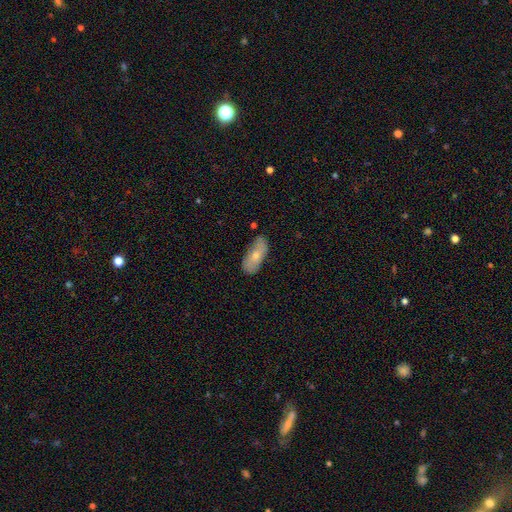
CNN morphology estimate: This appears to be a smooth galaxy with no disk features (68%) that is in between round and cigar-shaped (84%). Merging: none (67%).